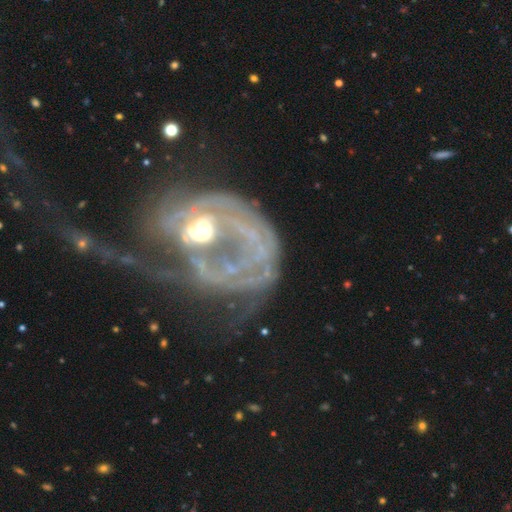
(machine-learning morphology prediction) Smooth or featured? featured or disk (80%)
Edge-on disk? no (97%)
Bar? no (62%)
Spiral arms? yes (63%)
Bulge size? moderate (66%)
Merging? major disturbance (59%)